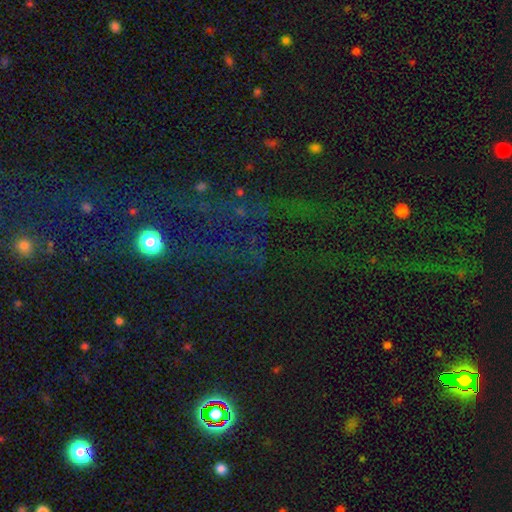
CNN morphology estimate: smooth_or_featured: star or artifact (p=0.72) [alt: smooth p=0.16]